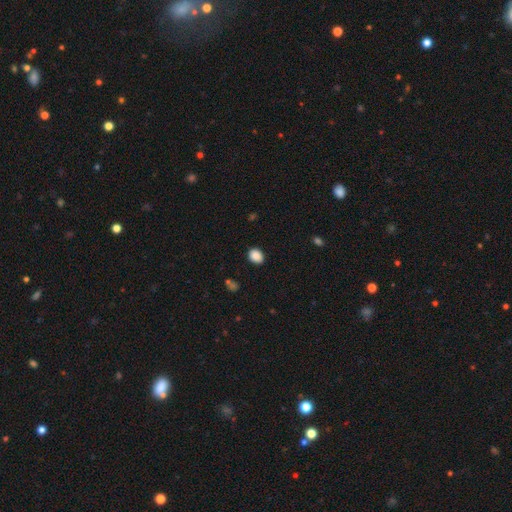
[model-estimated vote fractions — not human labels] Morphology: type=smooth (88%); roundness=in between (57%); merging=none (88%).